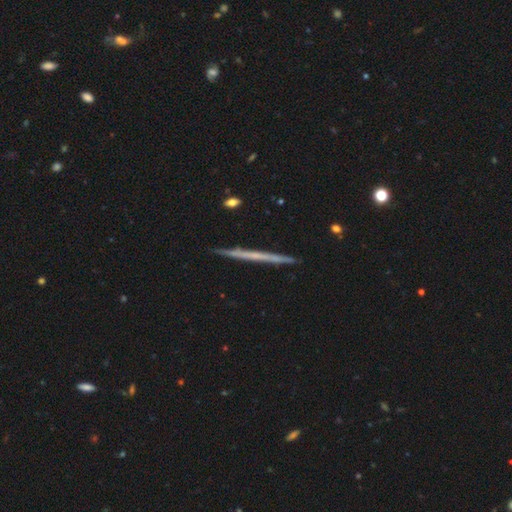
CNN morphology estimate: Q: Smooth or featured?
A: featured or disk (59%); runner-up: smooth (35%)
Q: Edge-on disk?
A: yes (98%); runner-up: no (2%)
Q: Edge-on bulge?
A: none (91%); runner-up: rounded (7%)
Q: Merging?
A: none (90%); runner-up: minor disturbance (7%)